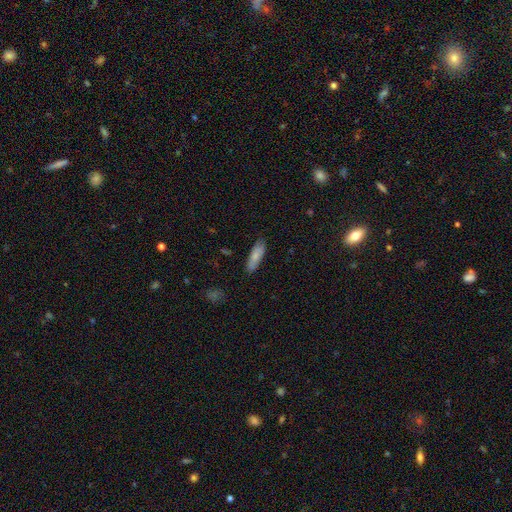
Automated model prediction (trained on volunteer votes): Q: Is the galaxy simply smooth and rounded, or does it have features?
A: smooth — 76%.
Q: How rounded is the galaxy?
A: in between — 52%.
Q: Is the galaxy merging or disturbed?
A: none — 82%.